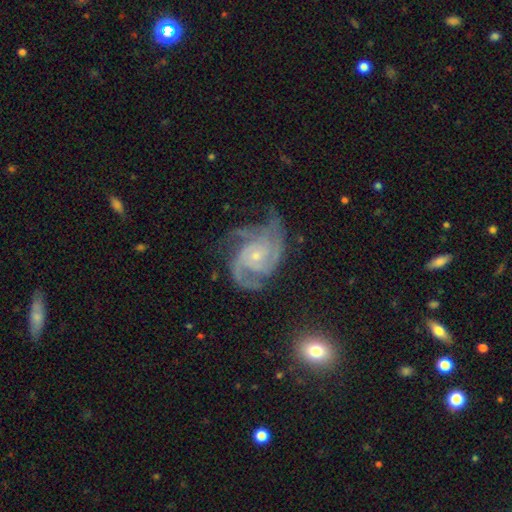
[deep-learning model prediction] Smooth or featured? featured or disk (92%)
Edge-on disk? no (98%)
Bar? no (70%)
Spiral arms? yes (98%)
Spiral winding? tight (48%)
Spiral arm count? 3 (50%)
Bulge size? small (75%)
Merging? none (63%)